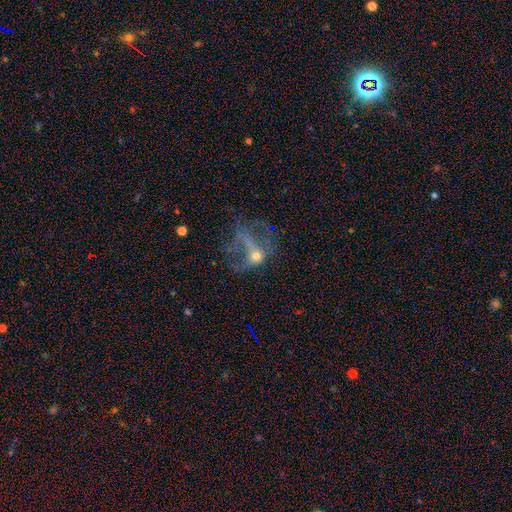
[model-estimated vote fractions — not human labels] featured or disk 48%, star or artifact 32%, smooth 19%. Down the decision tree: merging — major disturbance (40%, tied with none).